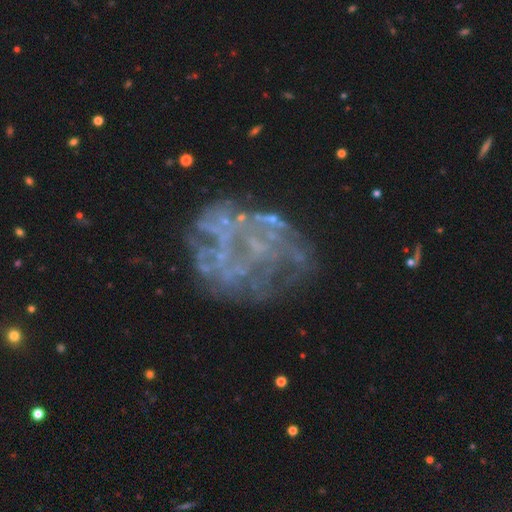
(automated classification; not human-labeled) Smooth or featured: featured or disk — 67% (star or artifact — 20%)
Edge-on disk: no — 98% (yes — 2%)
Bar: no — 88% (weak — 8%)
Spiral arms: no — 73% (yes — 27%)
Bulge size: none — 84% (small — 10%)
Merging: none — 57% (major disturbance — 23%)